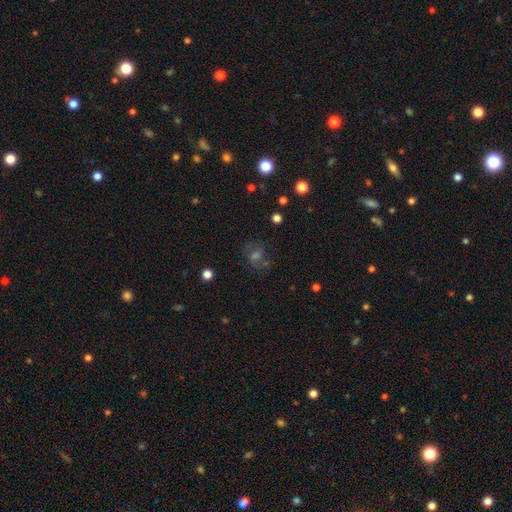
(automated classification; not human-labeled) Q: Smooth or featured?
A: featured or disk (37%); runner-up: smooth (33%)
Q: Merging?
A: none (66%); runner-up: minor disturbance (17%)